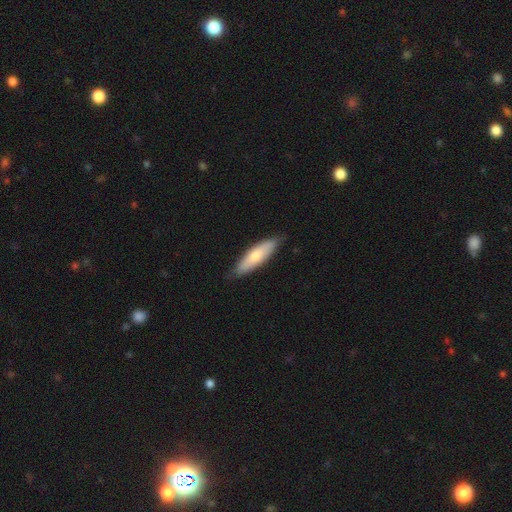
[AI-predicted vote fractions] Morphology: type=smooth (69%); roundness=cigar-shaped (60%); merging=none (82%).